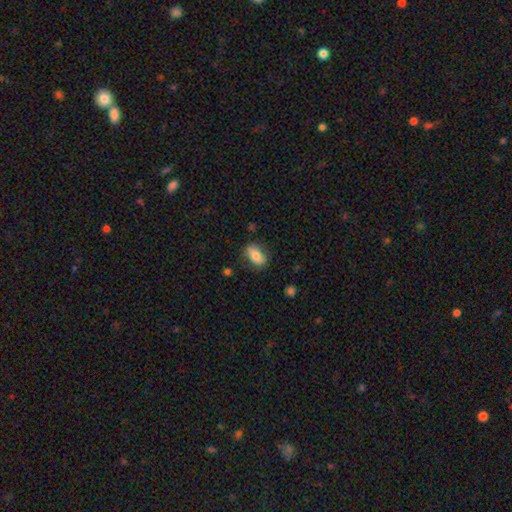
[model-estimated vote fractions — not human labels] The model was most divided on "merging": none: 77%, minor disturbance: 17%, major disturbance: 5%, merger: 2%. More confident: how rounded — in between (88%); smooth or featured — smooth (77%).